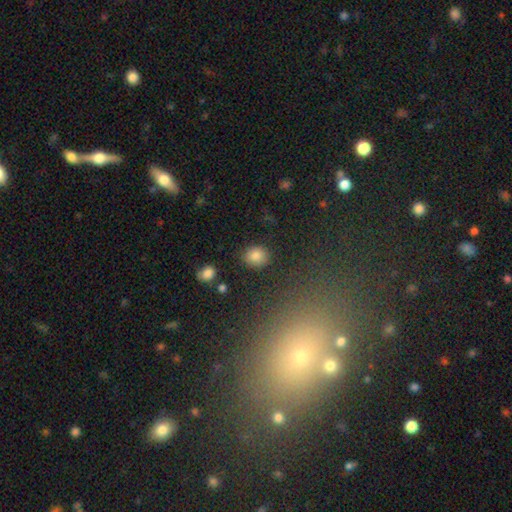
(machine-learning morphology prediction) type=smooth (84%); roundness=round (71%); merging=none (86%).